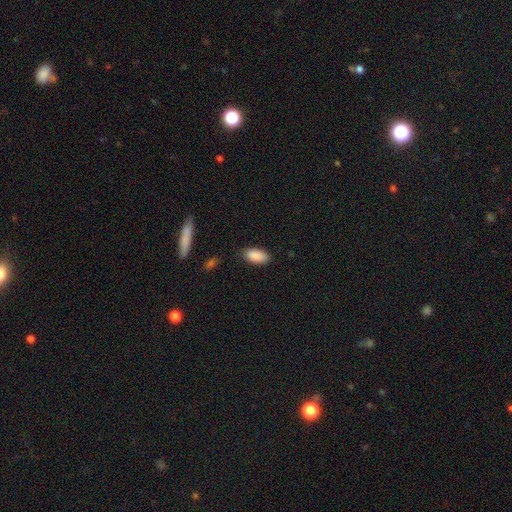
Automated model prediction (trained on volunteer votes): This appears to be a smooth galaxy with no disk features (89%) that is in between round and cigar-shaped (92%). Merging: none (82%).